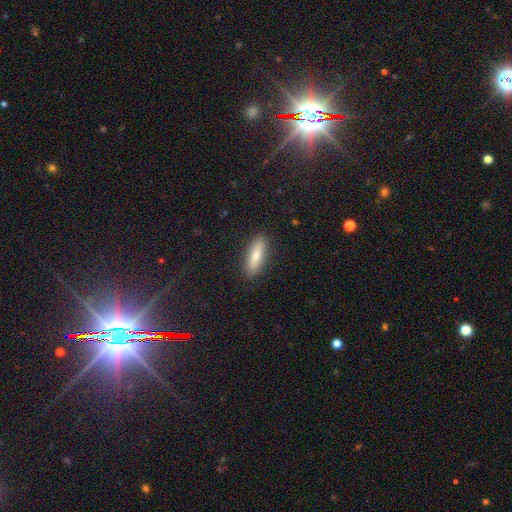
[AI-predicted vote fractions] A smooth galaxy with no disk features (74%) that is cigar-shaped (59%).

Vote fractions:
- Smooth or featured? smooth: 74% / featured or disk: 19% / star or artifact: 6%
- How rounded? cigar-shaped: 59% / in between: 39% / round: 2%
- Merging? none: 89% / minor disturbance: 8% / major disturbance: 2% / merger: 1%